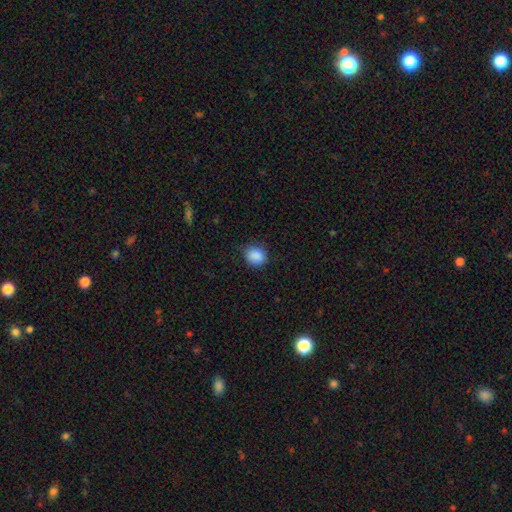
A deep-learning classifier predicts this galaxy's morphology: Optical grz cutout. It shows a smooth galaxy with no disk features (88%) that is round (76%). Merging: none (82%).